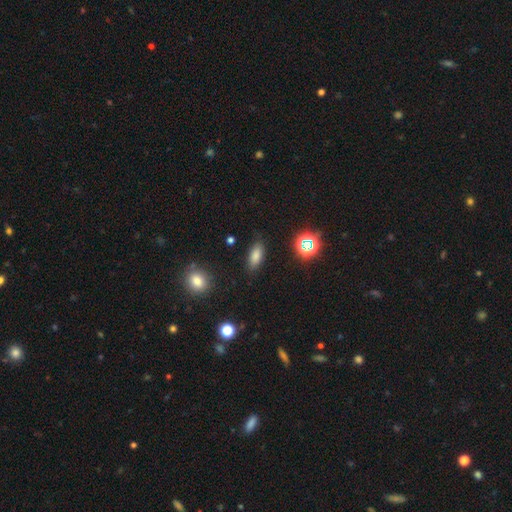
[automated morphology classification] A smooth galaxy with no disk features (79%) that is in between round and cigar-shaped (81%).

Vote fractions:
- Smooth or featured? smooth: 79% / star or artifact: 13% / featured or disk: 8%
- How rounded? in between: 81% / cigar-shaped: 14% / round: 5%
- Merging? none: 84% / minor disturbance: 11% / major disturbance: 3% / merger: 2%